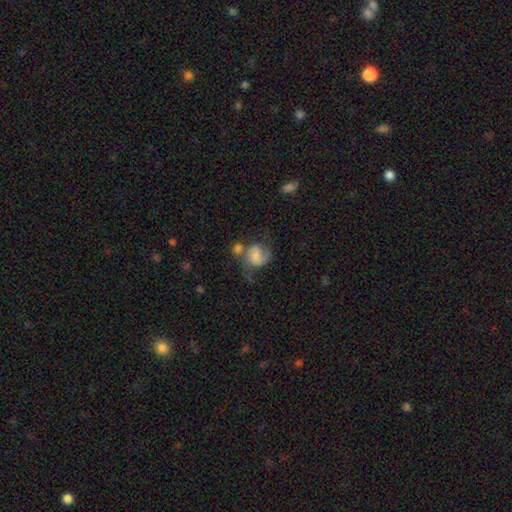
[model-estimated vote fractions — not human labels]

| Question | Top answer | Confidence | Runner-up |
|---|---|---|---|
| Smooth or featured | featured or disk | 56% | smooth (35%) |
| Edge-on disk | no | 98% | yes (2%) |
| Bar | no | 49% | weak (41%) |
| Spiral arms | yes | 87% | no (13%) |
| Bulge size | small | 37% | moderate (31%) |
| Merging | none | 35% | merger (25%) |